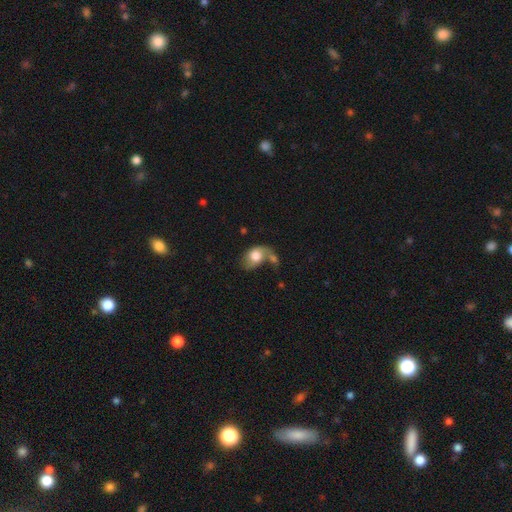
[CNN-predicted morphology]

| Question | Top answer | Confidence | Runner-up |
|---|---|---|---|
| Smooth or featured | smooth | 71% | featured or disk (22%) |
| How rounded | in between | 75% | round (24%) |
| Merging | merger | 35% | none (29%) |